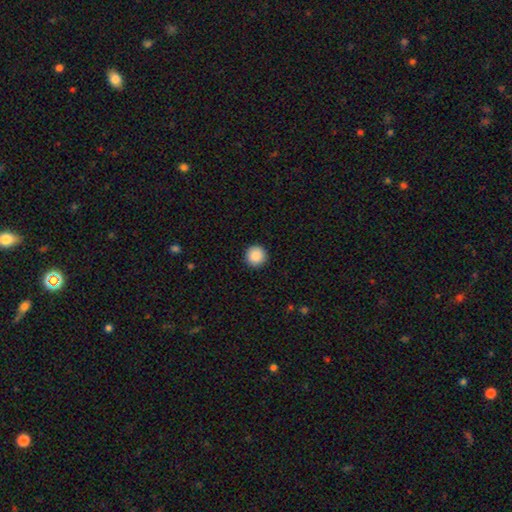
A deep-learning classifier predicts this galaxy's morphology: This is clearly a smooth galaxy (89%). How rounded: clearly round (96%). Merging: clearly none (93%).